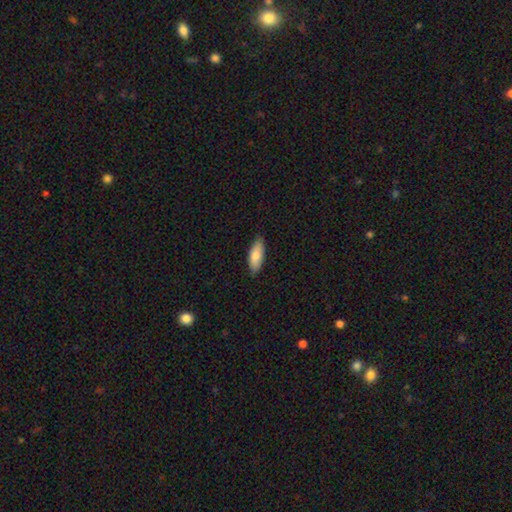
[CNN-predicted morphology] The model was most divided on "how rounded": in between: 77%, cigar-shaped: 21%, round: 2%. More confident: merging — none (85%); smooth or featured — smooth (83%).